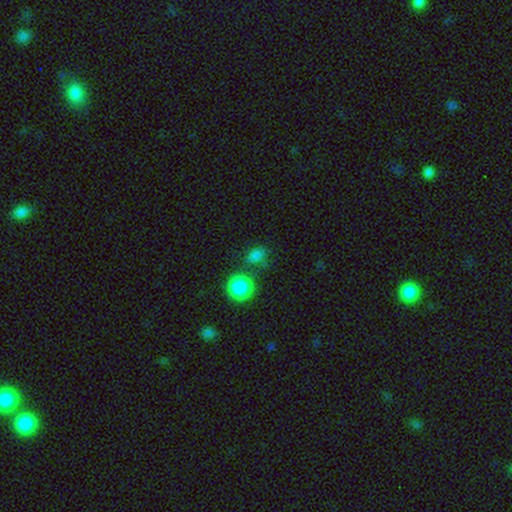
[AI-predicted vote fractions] This is likely a smooth galaxy (78%). How rounded: possibly in between (50%). Merging: likely none (63%).